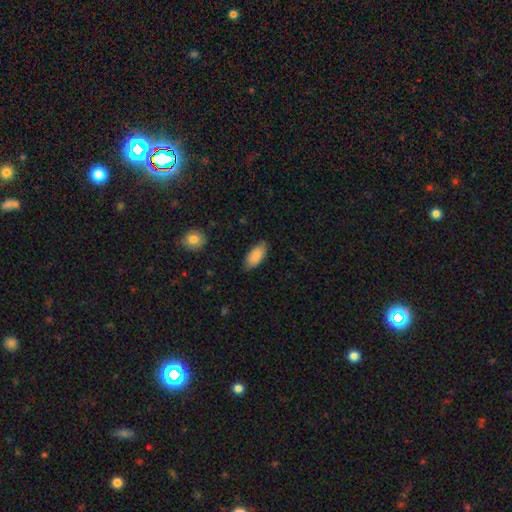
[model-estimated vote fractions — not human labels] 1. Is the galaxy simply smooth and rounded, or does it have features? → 87% smooth, 7% featured or disk, 6% star or artifact.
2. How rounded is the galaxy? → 91% in between, 7% cigar-shaped, 2% round.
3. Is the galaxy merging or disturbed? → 81% none, 15% minor disturbance, 3% major disturbance, 1% merger.